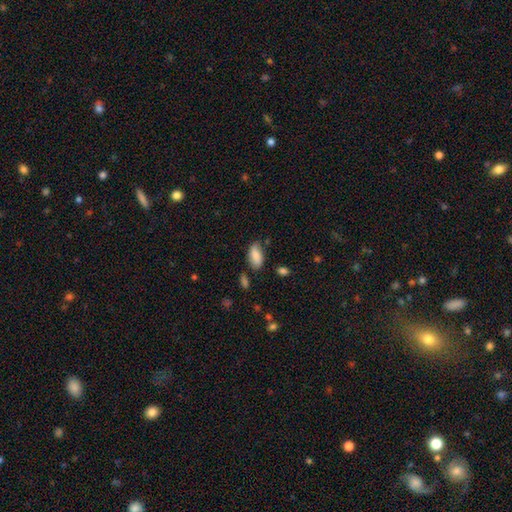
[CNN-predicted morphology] smooth_or_featured: smooth (p=0.81) [alt: featured or disk p=0.11]
how_rounded: in between (p=0.93) [alt: cigar-shaped p=0.04]
merging: none (p=0.68) [alt: minor disturbance p=0.23]